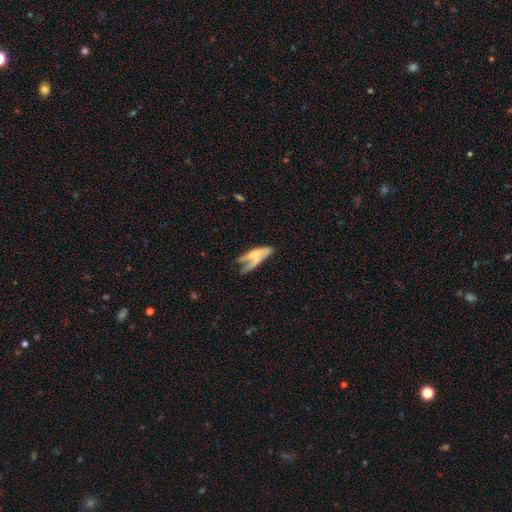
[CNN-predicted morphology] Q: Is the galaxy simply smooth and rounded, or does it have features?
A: smooth — 54%.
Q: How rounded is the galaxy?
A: cigar-shaped — 59%.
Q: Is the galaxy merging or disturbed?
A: merger — 29%.